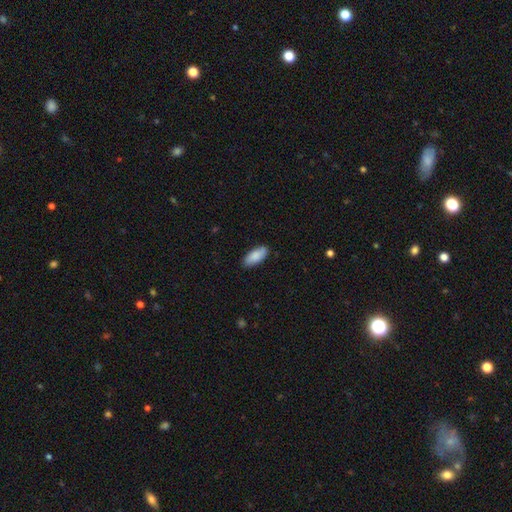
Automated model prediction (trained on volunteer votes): This is clearly a smooth galaxy (87%). How rounded: clearly in between (86%). Merging: clearly none (86%).